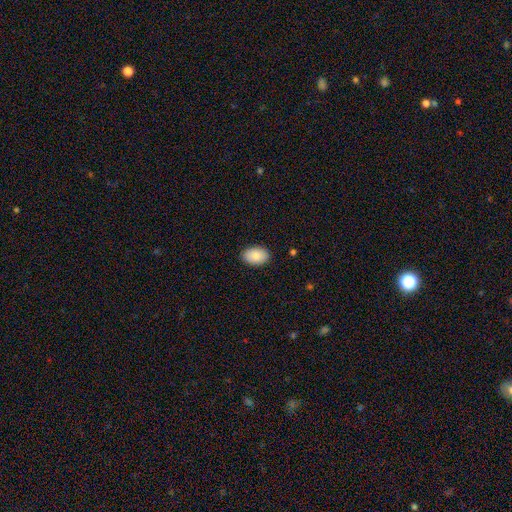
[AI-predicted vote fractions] Smooth or featured? Predicted: smooth (p=0.87). How rounded? Predicted: in between (p=0.89). Merging? Predicted: none (p=0.89).